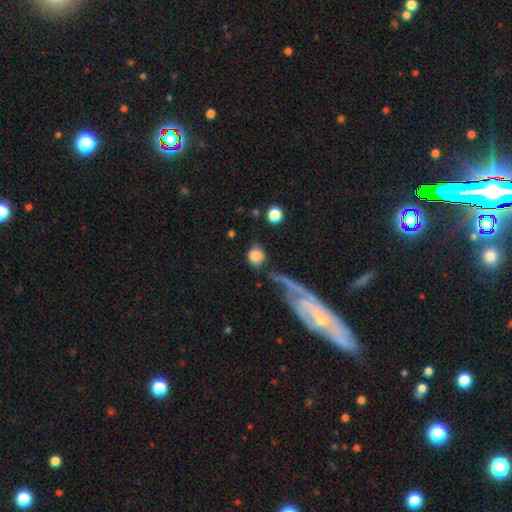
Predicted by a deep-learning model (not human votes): A smooth galaxy with no disk features (77%) that is round (75%). Merging: none (59%).